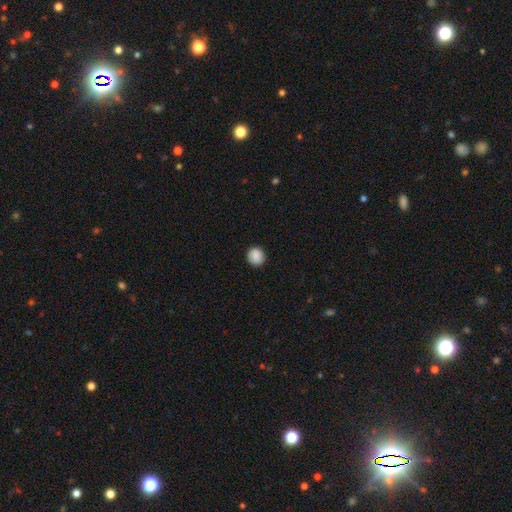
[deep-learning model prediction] Smooth or featured? smooth (88%)
How rounded? round (88%)
Merging? none (89%)